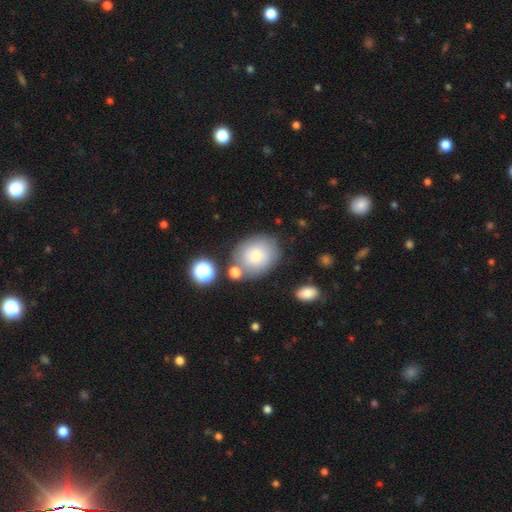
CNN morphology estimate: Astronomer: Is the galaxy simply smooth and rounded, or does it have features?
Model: smooth — 72%.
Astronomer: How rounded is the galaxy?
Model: round — 59% (runner-up: in between, 40%).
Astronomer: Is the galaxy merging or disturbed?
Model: none — 68%.